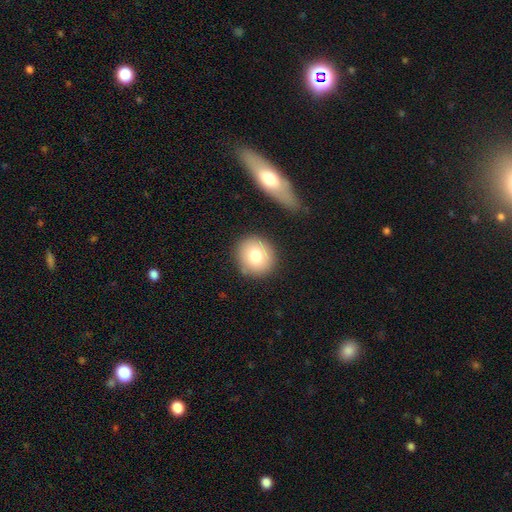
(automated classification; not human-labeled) The model was most divided on "smooth or featured": smooth: 77%, featured or disk: 13%, star or artifact: 9%. More confident: how rounded — round (88%); merging — none (83%).